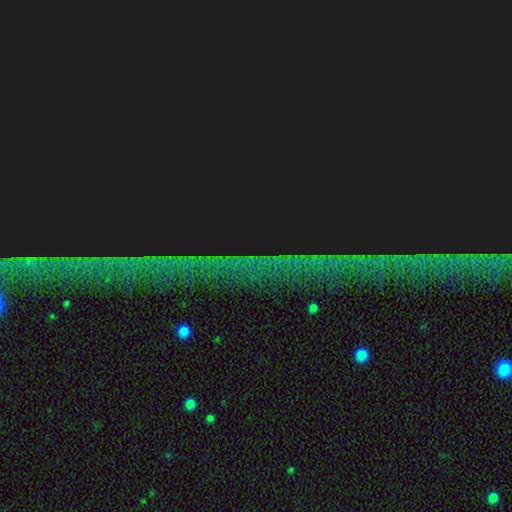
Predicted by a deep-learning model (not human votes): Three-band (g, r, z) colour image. It shows a star or artifact, not a galaxy (84%).